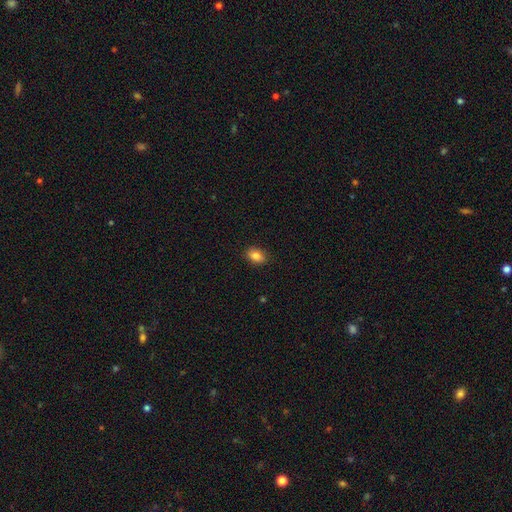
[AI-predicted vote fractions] A smooth galaxy with no disk features (84%) that is in between round and cigar-shaped (81%).

Vote fractions:
- Smooth or featured? smooth: 84% / star or artifact: 9% / featured or disk: 7%
- How rounded? in between: 81% / round: 17% / cigar-shaped: 2%
- Merging? none: 88% / minor disturbance: 9% / major disturbance: 2% / merger: 1%